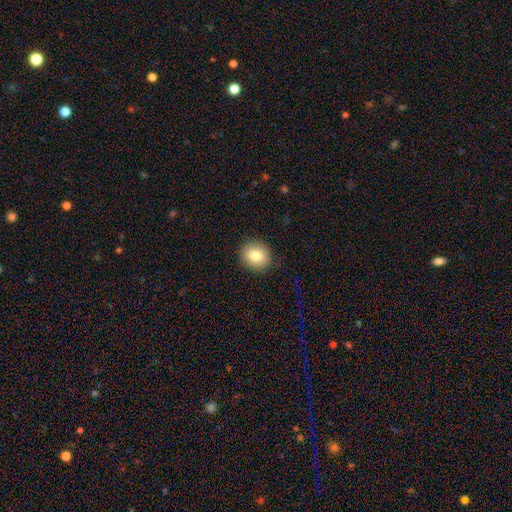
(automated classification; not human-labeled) Morphology: type=smooth (81%); roundness=round (77%); merging=none (89%).